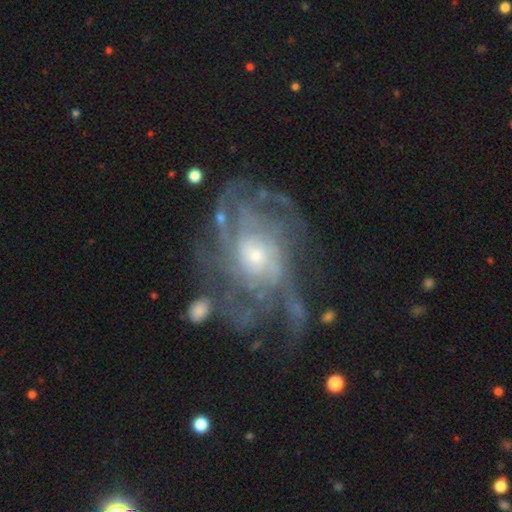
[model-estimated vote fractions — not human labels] smooth-or-featured: featured or disk: 85% | smooth: 8% | star or artifact: 7%
  disk-edge-on: no: 97% | yes: 3%
    bar: no: 73% | weak: 22% | strong: 5%
    has-spiral-arms: yes: 90% | no: 10%
      spiral-winding: tight: 49% | medium: 35% | loose: 16%
      spiral-arm-count: can't tell: 39% | 2: 15% | 4: 15% | 3: 15% | more than 4: 10% | 1: 7%
    bulge-size: small: 57% | moderate: 36% | large: 4% | none: 2% | dominant: 1%
  merging: none: 46% | major disturbance: 28% | minor disturbance: 19% | merger: 7%